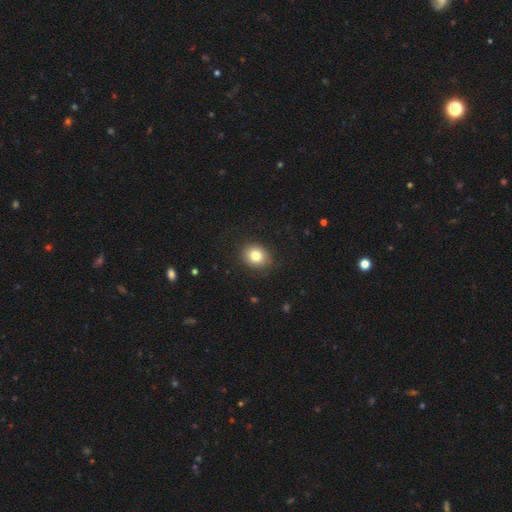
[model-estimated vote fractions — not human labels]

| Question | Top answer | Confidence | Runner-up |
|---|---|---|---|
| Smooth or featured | smooth | 81% | star or artifact (10%) |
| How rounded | round | 65% | in between (34%) |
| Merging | none | 88% | minor disturbance (8%) |